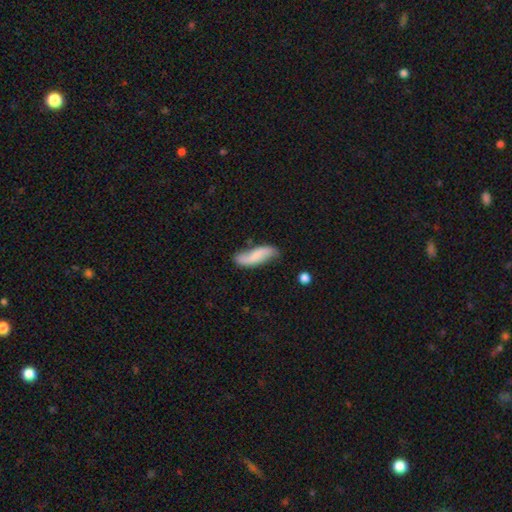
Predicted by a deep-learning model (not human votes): This is possibly a smooth galaxy (48%). Merging: likely none (65%).